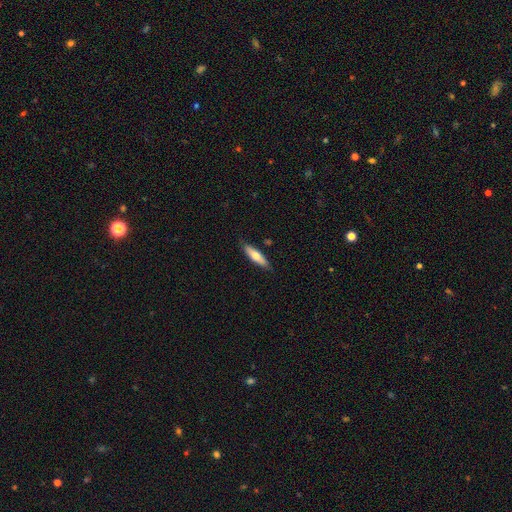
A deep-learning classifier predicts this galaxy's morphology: A smooth galaxy with no disk features (61%) that is cigar-shaped (66%). Merging: none (86%).